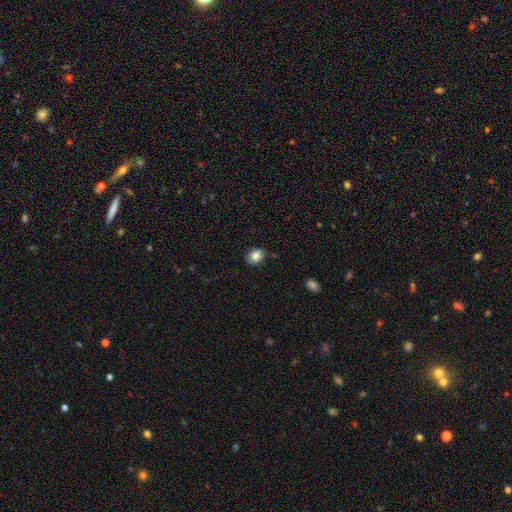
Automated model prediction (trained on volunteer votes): A smooth galaxy with no disk features (85%) that is round (53%).

Vote fractions:
- Smooth or featured? smooth: 85% / star or artifact: 9% / featured or disk: 6%
- How rounded? round: 53% / in between: 46% / cigar-shaped: 1%
- Merging? none: 80% / minor disturbance: 15% / major disturbance: 3% / merger: 2%